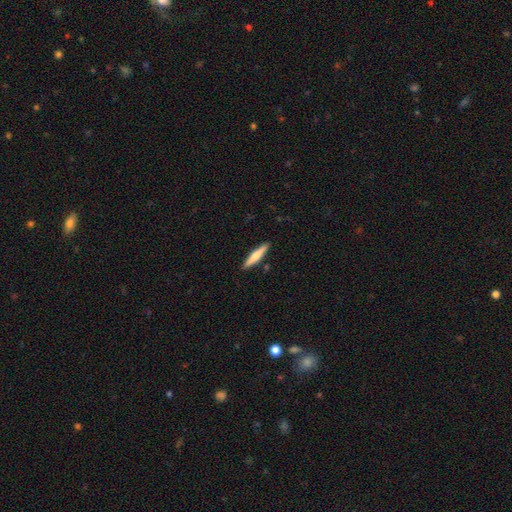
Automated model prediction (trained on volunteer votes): Morphology: type=smooth (60%); roundness=cigar-shaped (88%); merging=none (89%).